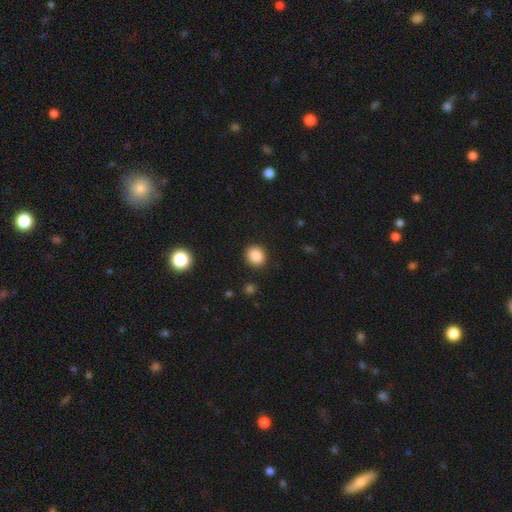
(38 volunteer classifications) smooth 97%, star or artifact 3%, featured or disk 0%. Down the decision tree: how rounded — round (76%); merging — none (92%).